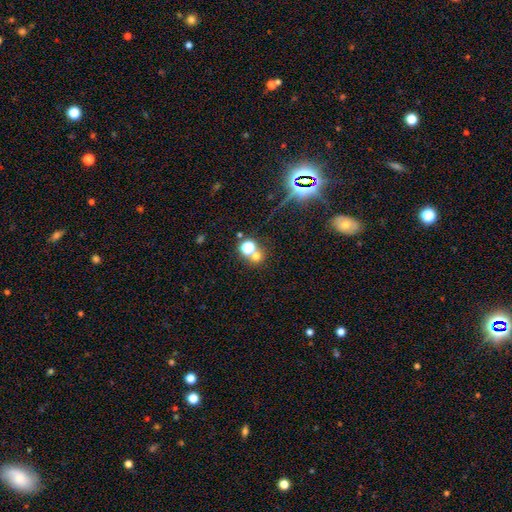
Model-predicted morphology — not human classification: smooth_or_featured: smooth (p=0.58) [alt: star or artifact p=0.31]
how_rounded: round (p=0.85) [alt: in between p=0.13]
merging: none (p=0.57) [alt: merger p=0.33]